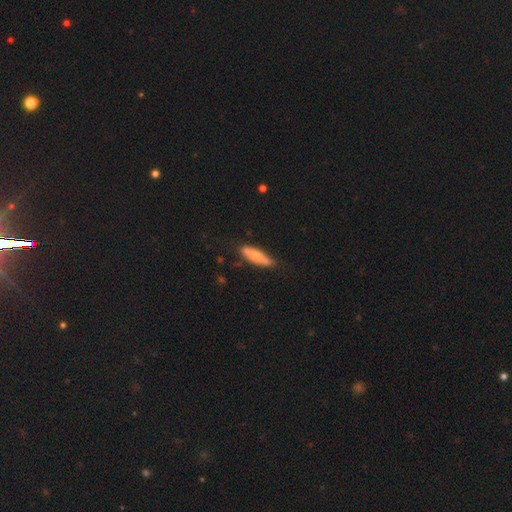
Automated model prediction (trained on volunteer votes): A smooth galaxy with no disk features (60%) that is cigar-shaped (62%).

Vote fractions:
- Smooth or featured? smooth: 60% / featured or disk: 34% / star or artifact: 6%
- How rounded? cigar-shaped: 62% / in between: 36% / round: 2%
- Merging? none: 71% / minor disturbance: 22% / major disturbance: 4% / merger: 3%